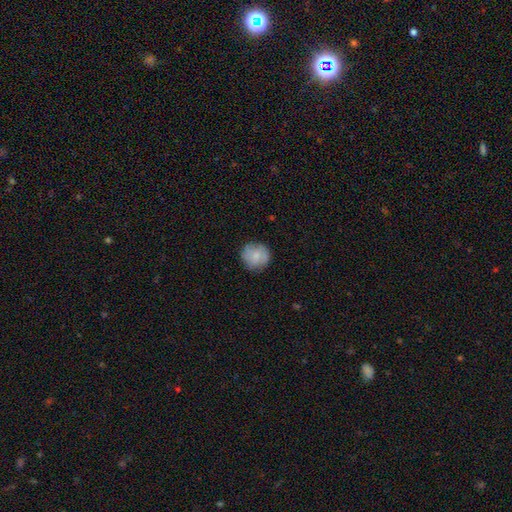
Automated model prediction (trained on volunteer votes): Q: Smooth or featured?
A: smooth (77%); runner-up: featured or disk (16%)
Q: How rounded?
A: round (92%); runner-up: in between (7%)
Q: Merging?
A: none (82%); runner-up: minor disturbance (14%)